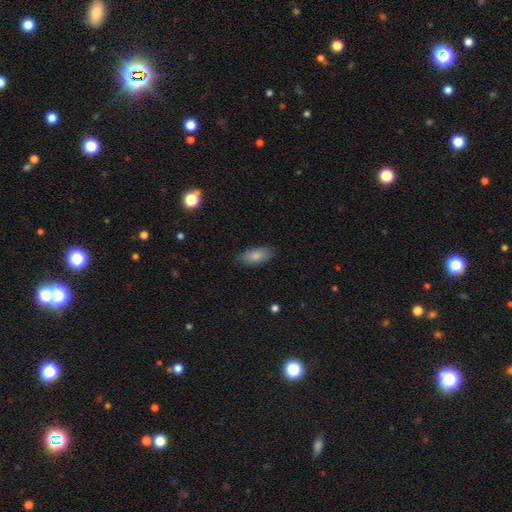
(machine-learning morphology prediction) A smooth galaxy with no disk features (84%) that is in between round and cigar-shaped (84%). Merging: none (85%).